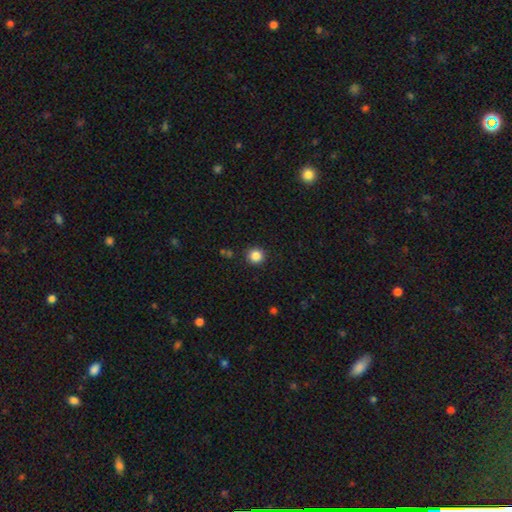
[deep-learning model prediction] Q: Smooth or featured?
A: smooth (85%); runner-up: star or artifact (11%)
Q: How rounded?
A: round (94%); runner-up: in between (5%)
Q: Merging?
A: none (91%); runner-up: minor disturbance (6%)